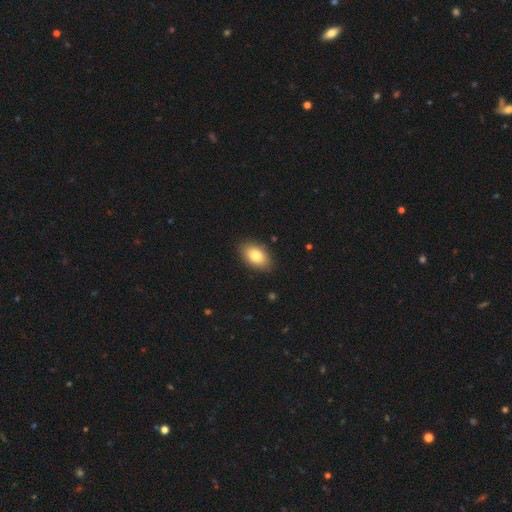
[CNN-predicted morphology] smooth-or-featured: smooth: 81% | featured or disk: 12% | star or artifact: 7%
  how-rounded: in between: 91% | round: 7% | cigar-shaped: 2%
  merging: none: 86% | minor disturbance: 11% | major disturbance: 2% | merger: 1%